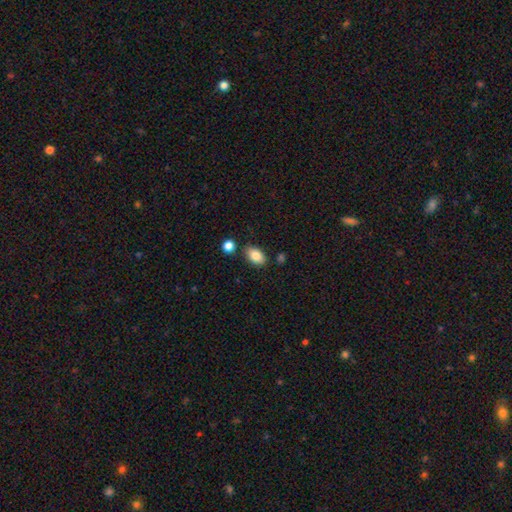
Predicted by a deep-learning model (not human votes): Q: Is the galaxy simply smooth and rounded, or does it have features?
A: smooth — 85%.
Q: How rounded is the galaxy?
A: in between — 91%.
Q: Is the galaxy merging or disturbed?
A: none — 81%.